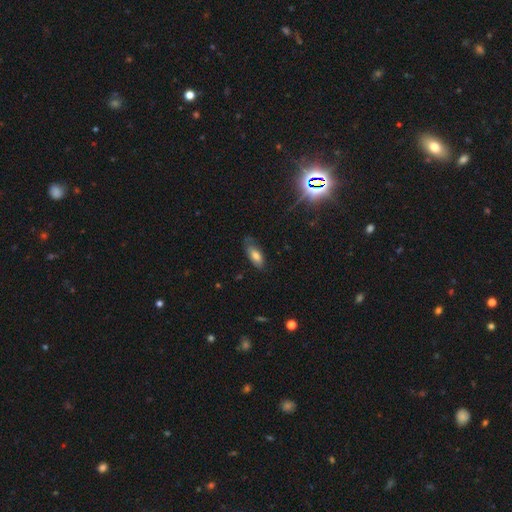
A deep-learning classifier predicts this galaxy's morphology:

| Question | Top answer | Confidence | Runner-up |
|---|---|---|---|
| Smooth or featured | smooth | 76% | featured or disk (15%) |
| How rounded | in between | 82% | cigar-shaped (15%) |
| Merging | none | 63% | minor disturbance (28%) |